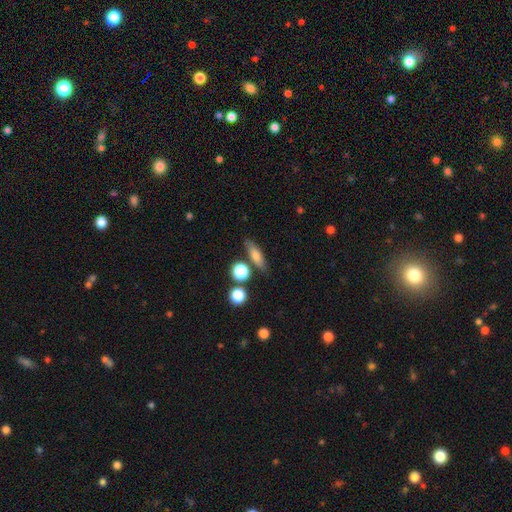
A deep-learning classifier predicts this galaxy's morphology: Smooth or featured? smooth (68%)
How rounded? in between (45%, tied with cigar-shaped)
Merging? none (75%)